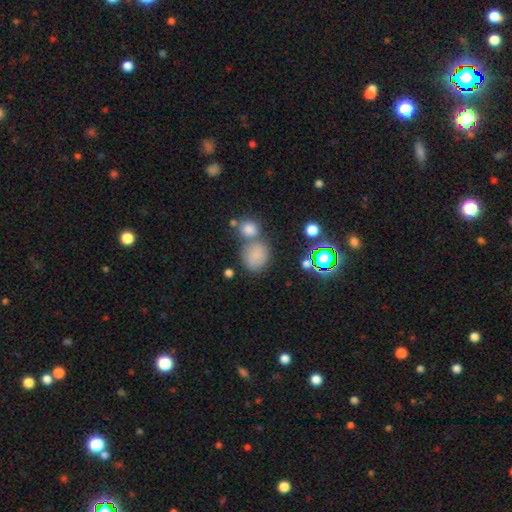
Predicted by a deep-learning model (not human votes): Smooth or featured? smooth (77%)
How rounded? round (64%)
Merging? none (51%)